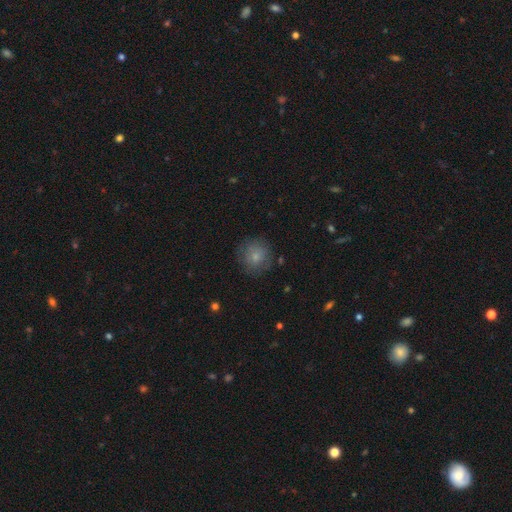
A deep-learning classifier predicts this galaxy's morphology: This appears to be a smooth galaxy with no disk features (78%) that is round (90%). Merging: none (79%).